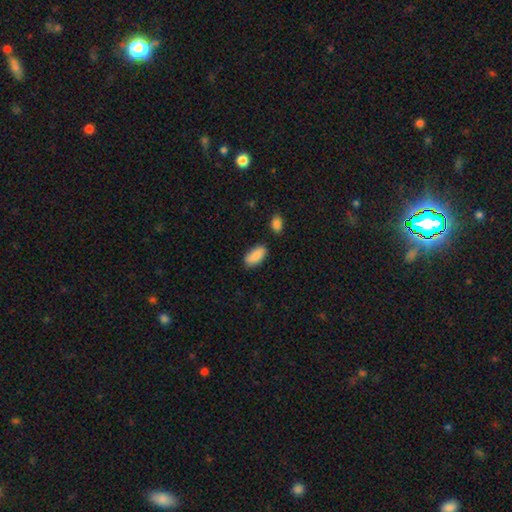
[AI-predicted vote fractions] smooth_or_featured: smooth (p=0.85) [alt: featured or disk p=0.09]
how_rounded: in between (p=0.91) [alt: cigar-shaped p=0.06]
merging: none (p=0.79) [alt: minor disturbance p=0.14]